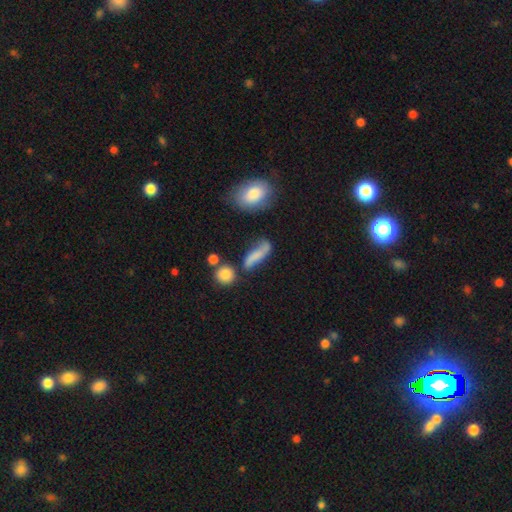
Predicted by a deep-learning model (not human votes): The model was most divided on "how rounded": in between: 49%, cigar-shaped: 43%, round: 8%. Remaining: smooth or featured — smooth (56%); merging — none (46%).